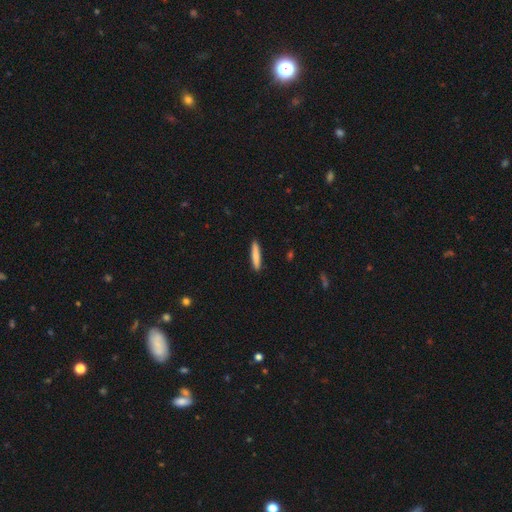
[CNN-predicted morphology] smooth_or_featured: smooth (p=0.83) [alt: featured or disk p=0.12]
how_rounded: cigar-shaped (p=0.92) [alt: in between p=0.07]
merging: none (p=0.91) [alt: minor disturbance p=0.06]